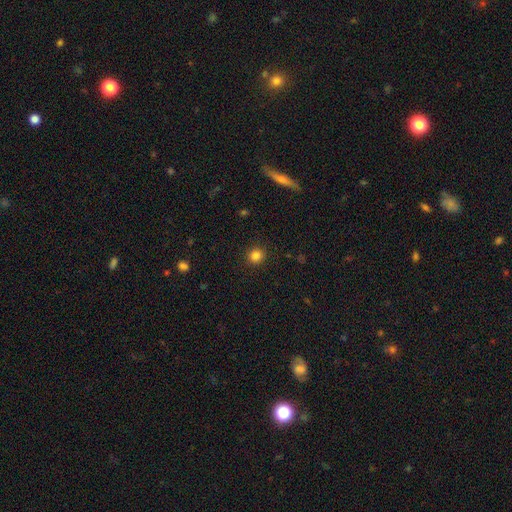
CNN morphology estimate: Q: Smooth or featured?
A: smooth (84%); runner-up: star or artifact (12%)
Q: How rounded?
A: round (91%); runner-up: in between (8%)
Q: Merging?
A: none (92%); runner-up: minor disturbance (5%)